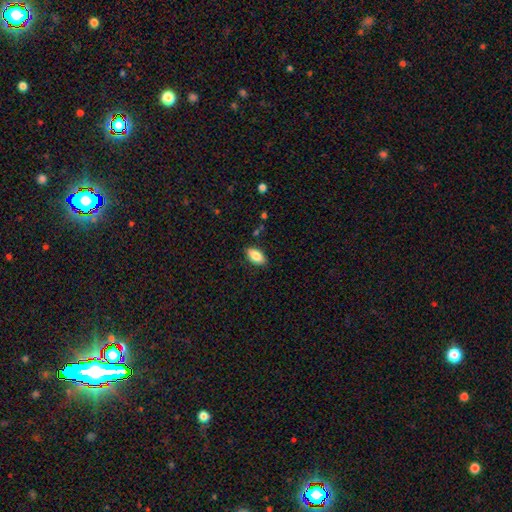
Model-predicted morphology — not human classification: Q: Smooth or featured?
A: smooth (85%); runner-up: featured or disk (8%)
Q: How rounded?
A: in between (93%); runner-up: cigar-shaped (4%)
Q: Merging?
A: none (86%); runner-up: minor disturbance (10%)